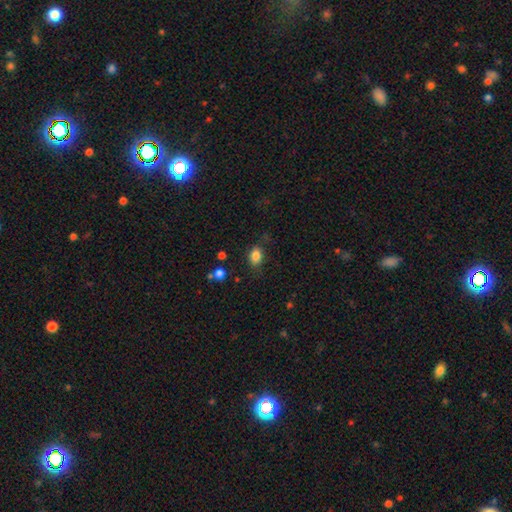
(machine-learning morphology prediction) A smooth galaxy with no disk features (84%) that is in between round and cigar-shaped (75%).

Vote fractions:
- Smooth or featured? smooth: 84% / star or artifact: 10% / featured or disk: 6%
- How rounded? in between: 75% / round: 24% / cigar-shaped: 1%
- Merging? none: 76% / minor disturbance: 17% / major disturbance: 5% / merger: 2%